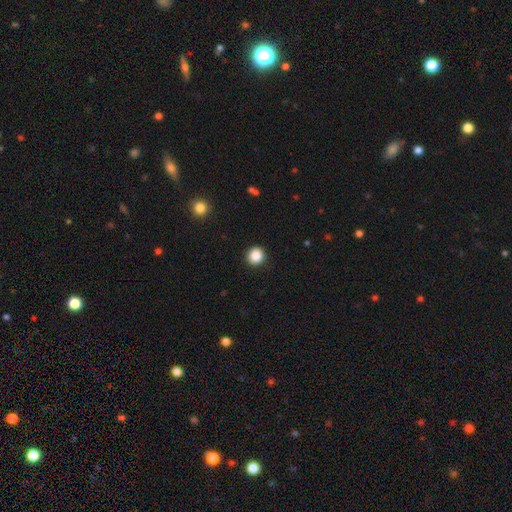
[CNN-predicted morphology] smooth_or_featured: smooth (p=0.87) [alt: star or artifact p=0.10]
how_rounded: round (p=0.94) [alt: in between p=0.05]
merging: none (p=0.92) [alt: minor disturbance p=0.05]